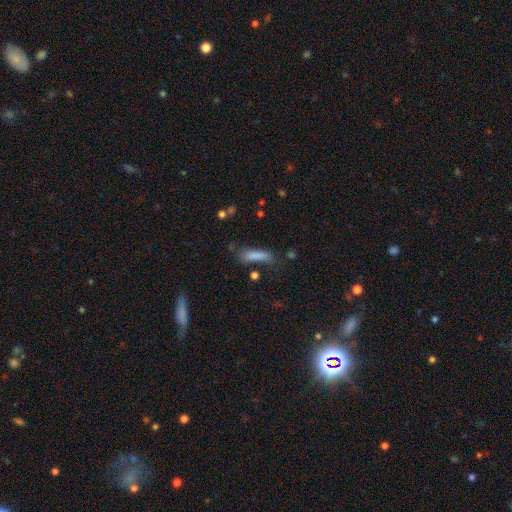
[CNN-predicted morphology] Smooth or featured? Predicted: smooth (p=0.81). How rounded? Predicted: cigar-shaped (p=0.60). Merging? Predicted: none (p=0.53).